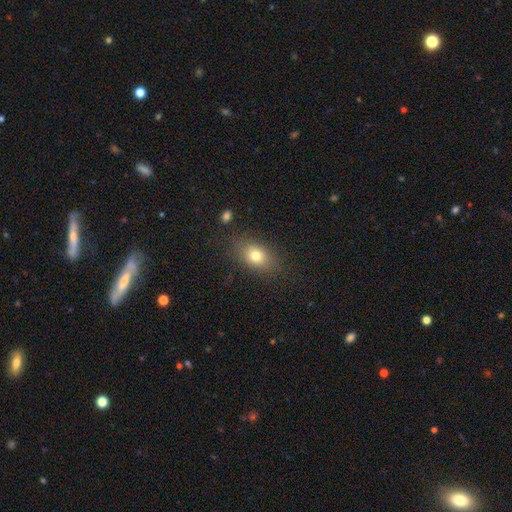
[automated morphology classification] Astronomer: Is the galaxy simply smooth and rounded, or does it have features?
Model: smooth — 76%.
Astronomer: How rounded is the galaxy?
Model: in between — 76%.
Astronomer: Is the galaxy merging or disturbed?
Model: none — 82%.